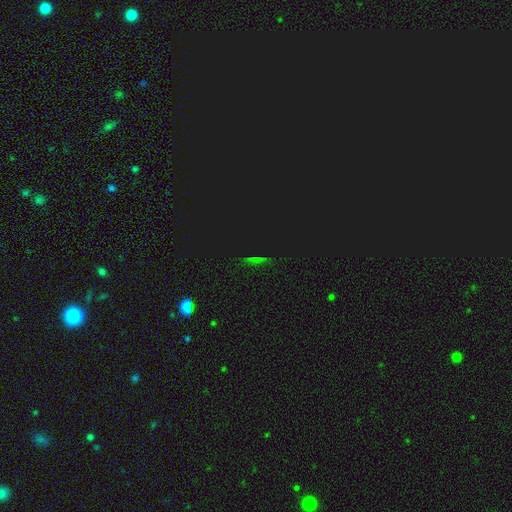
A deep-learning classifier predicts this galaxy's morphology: Smooth or featured? star or artifact (68%)